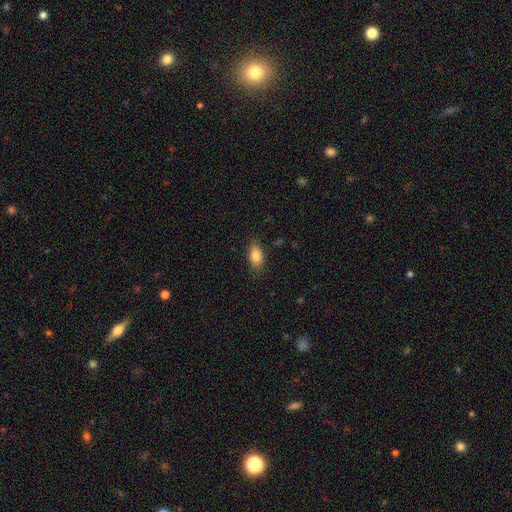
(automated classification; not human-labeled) Smooth or featured? Predicted: smooth (p=0.83). How rounded? Predicted: in between (p=0.87). Merging? Predicted: none (p=0.82).